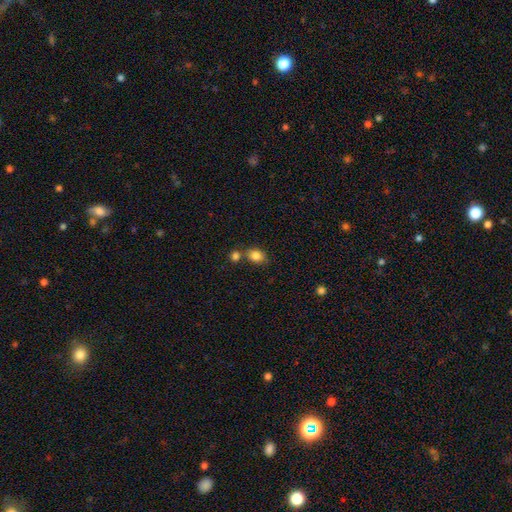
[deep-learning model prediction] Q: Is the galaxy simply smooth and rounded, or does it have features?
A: smooth — 85%.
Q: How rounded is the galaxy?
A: in between — 63%.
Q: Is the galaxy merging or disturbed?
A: none — 55%.